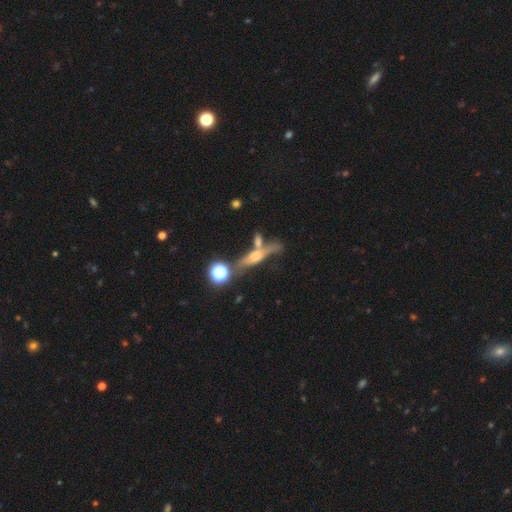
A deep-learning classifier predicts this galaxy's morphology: featured or disk 49%, smooth 37%, star or artifact 14%. Down the decision tree: merging — none (48%).